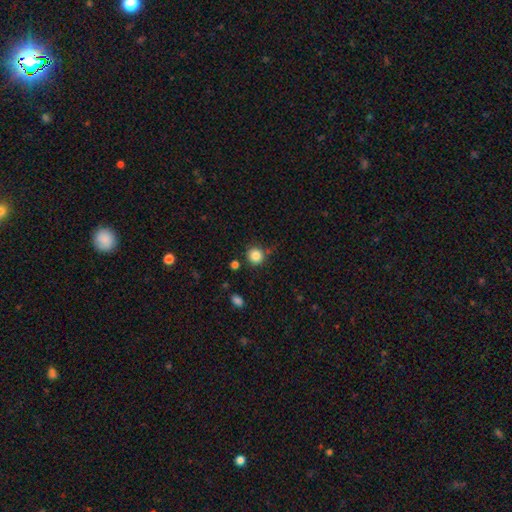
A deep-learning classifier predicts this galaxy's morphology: smooth_or_featured: smooth (p=0.85) [alt: star or artifact p=0.10]
how_rounded: round (p=0.92) [alt: in between p=0.07]
merging: none (p=0.82) [alt: minor disturbance p=0.10]